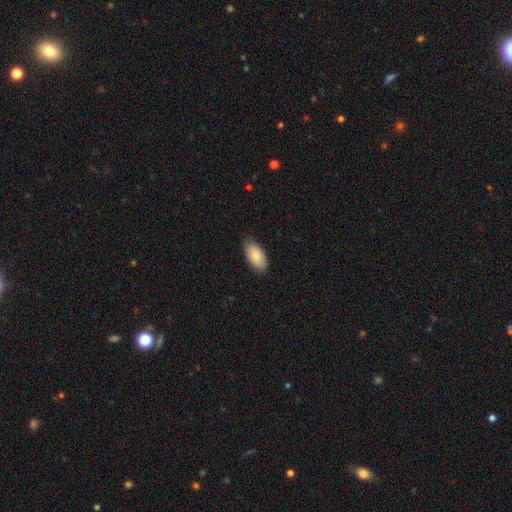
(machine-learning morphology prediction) Overall: smooth (82%). How rounded: in between (94%). Merging: none (82%).